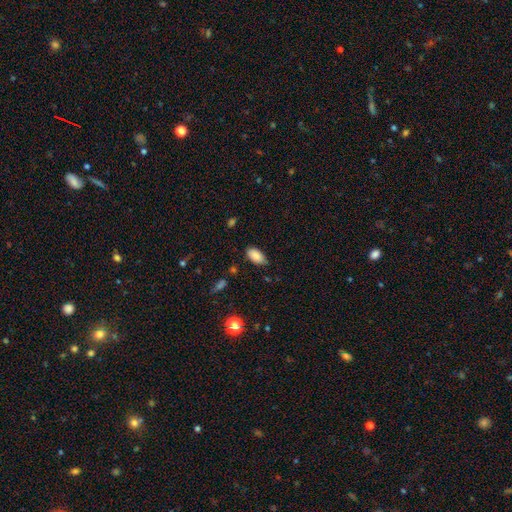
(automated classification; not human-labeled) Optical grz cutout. It shows a smooth galaxy with no disk features (86%) that is in between round and cigar-shaped (94%). Merging: none (79%).